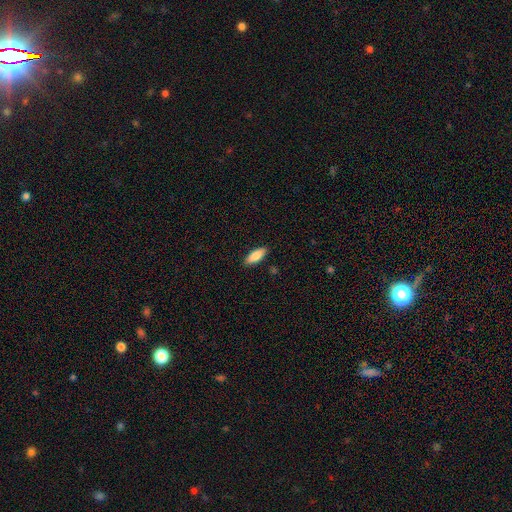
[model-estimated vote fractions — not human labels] Smooth or featured? Predicted: smooth (p=0.85). How rounded? Predicted: in between (p=0.73). Merging? Predicted: none (p=0.88).